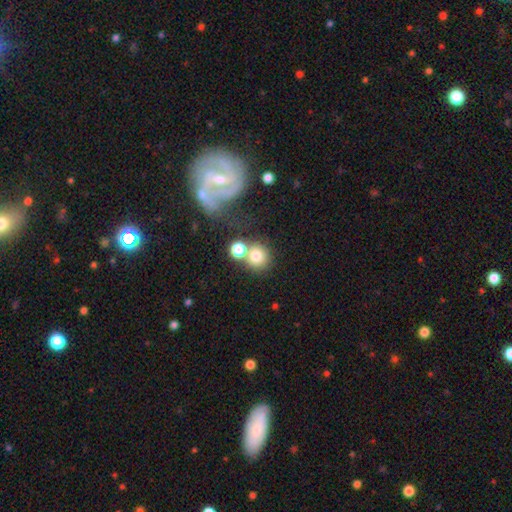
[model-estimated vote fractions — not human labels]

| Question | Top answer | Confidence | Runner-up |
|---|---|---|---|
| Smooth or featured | smooth | 74% | star or artifact (13%) |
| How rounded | round | 87% | in between (12%) |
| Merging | none | 52% | merger (32%) |